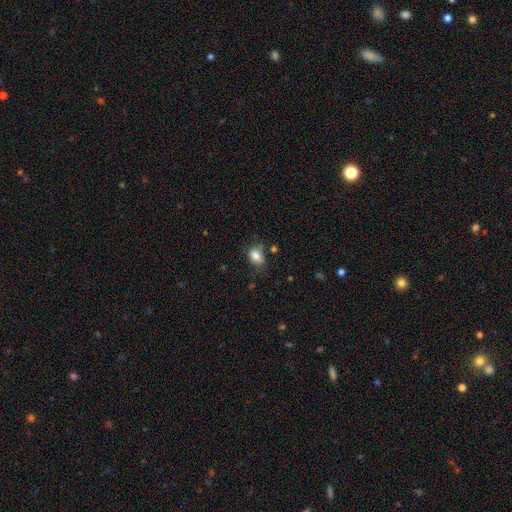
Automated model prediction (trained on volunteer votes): Overall: smooth (81%). How rounded: in between (74%). Merging: none (59%; minor disturbance 26%).